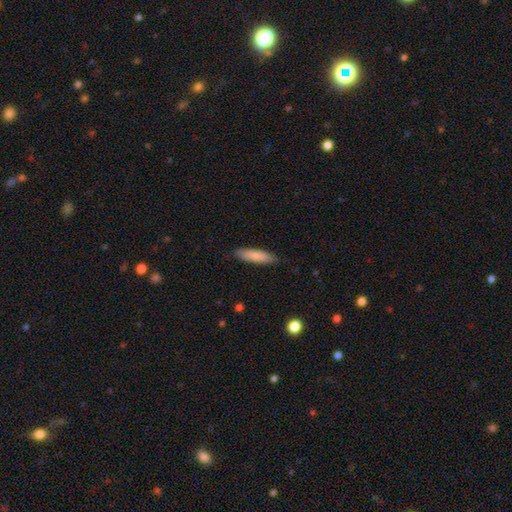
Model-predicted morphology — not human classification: Smooth or featured? Predicted: smooth (p=0.82). How rounded? Predicted: cigar-shaped (p=0.65). Merging? Predicted: none (p=0.85).